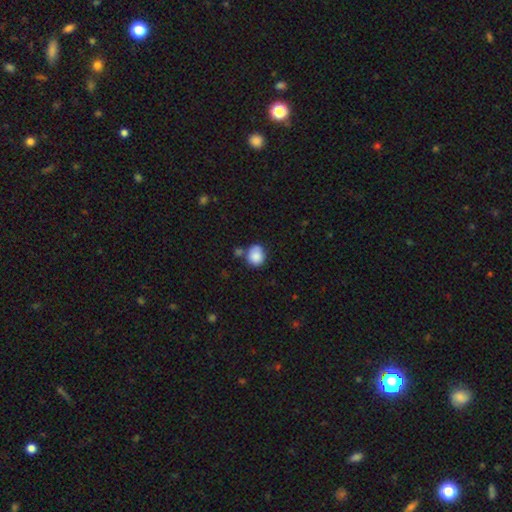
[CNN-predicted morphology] Smooth or featured? Predicted: smooth (p=0.86). How rounded? Predicted: round (p=0.69). Merging? Predicted: none (p=0.58).